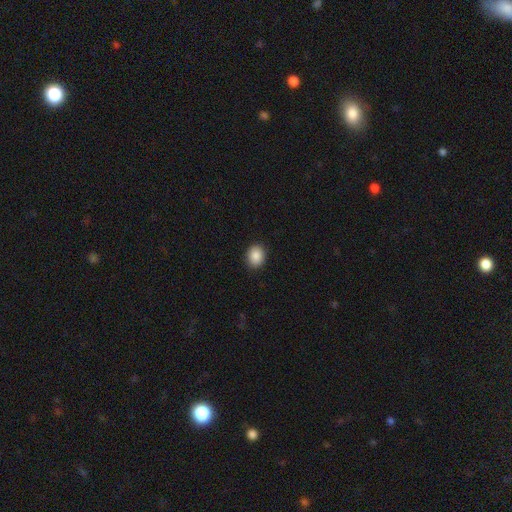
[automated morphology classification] The model was most divided on "how rounded": round: 60%, in between: 39%, cigar-shaped: 1%. More confident: merging — none (91%); smooth or featured — smooth (88%).